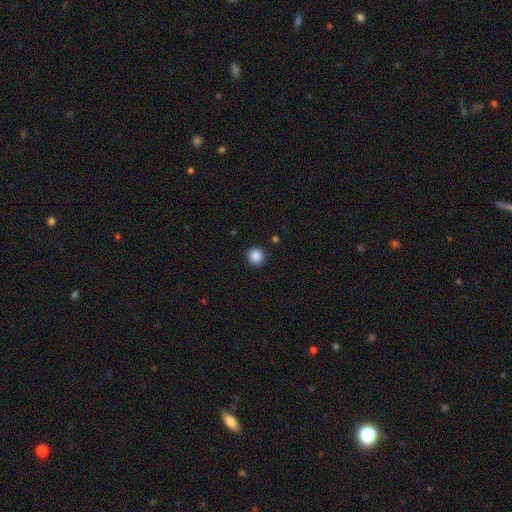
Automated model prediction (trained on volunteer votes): This appears to be a smooth galaxy with no disk features (87%) that is round (95%). Merging: none (92%).